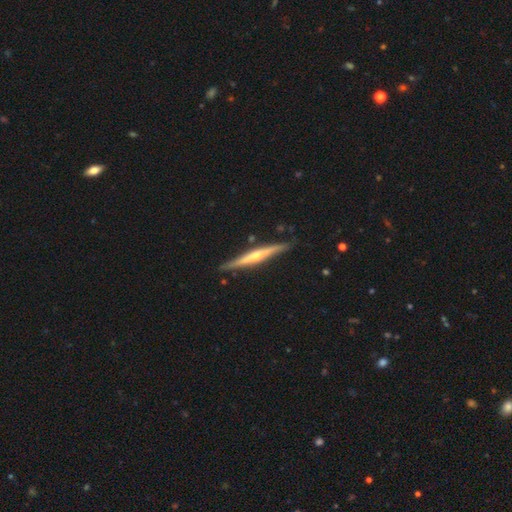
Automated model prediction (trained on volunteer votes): smooth-or-featured: featured or disk: 76% | smooth: 19% | star or artifact: 5%
  disk-edge-on: yes: 98% | no: 2%
    edge-on-bulge: rounded: 82% | none: 13% | boxy: 5%
  merging: none: 87% | minor disturbance: 9% | merger: 2% | major disturbance: 2%